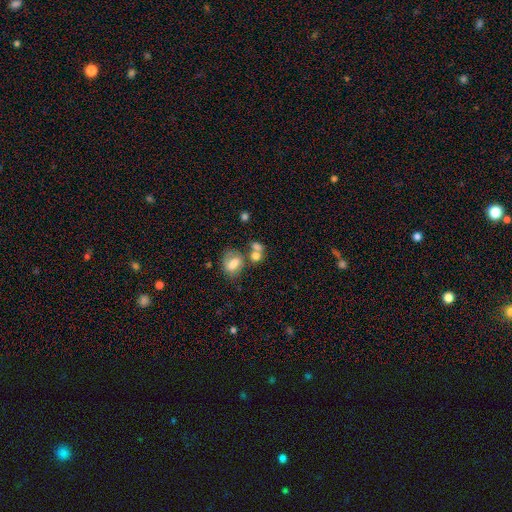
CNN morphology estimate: smooth-or-featured: smooth: 70% | featured or disk: 18% | star or artifact: 12%
  how-rounded: round: 50% | in between: 48% | cigar-shaped: 2%
  merging: merger: 50% | none: 31% | minor disturbance: 11% | major disturbance: 8%